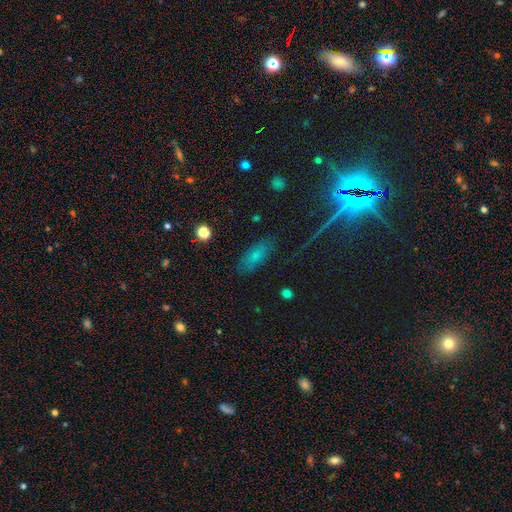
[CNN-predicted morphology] type=smooth (67%); roundness=in between (80%); merging=none (78%).